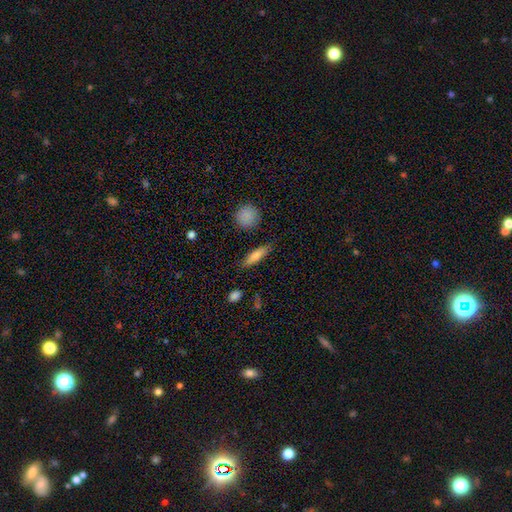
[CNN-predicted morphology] Q: Smooth or featured?
A: smooth (69%); runner-up: featured or disk (23%)
Q: How rounded?
A: cigar-shaped (63%); runner-up: in between (33%)
Q: Merging?
A: none (81%); runner-up: minor disturbance (13%)